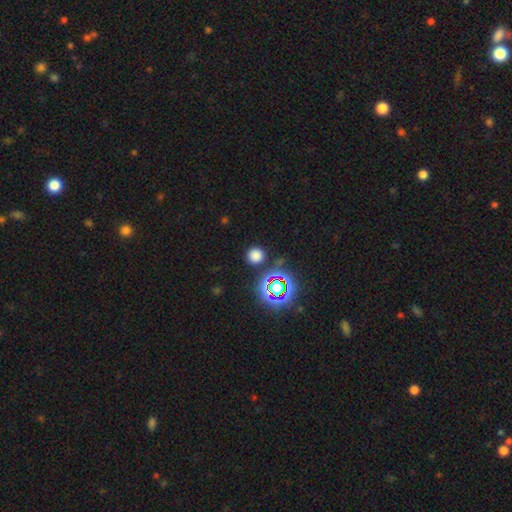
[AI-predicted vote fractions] Smooth or featured? smooth (71%)
How rounded? round (93%)
Merging? none (87%)